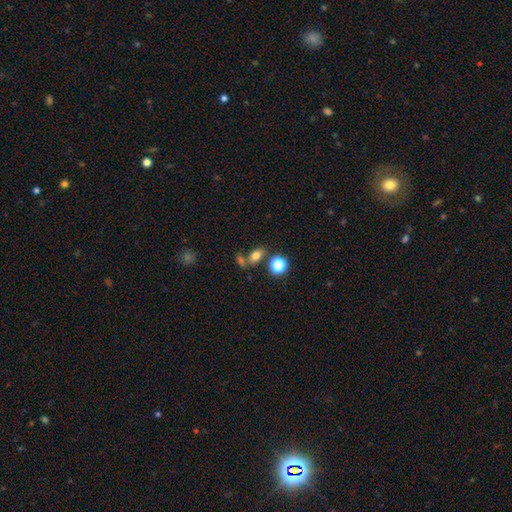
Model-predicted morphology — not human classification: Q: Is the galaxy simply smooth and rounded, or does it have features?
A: smooth — 74%.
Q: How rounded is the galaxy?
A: in between — 76%.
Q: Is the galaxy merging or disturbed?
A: none — 56%.